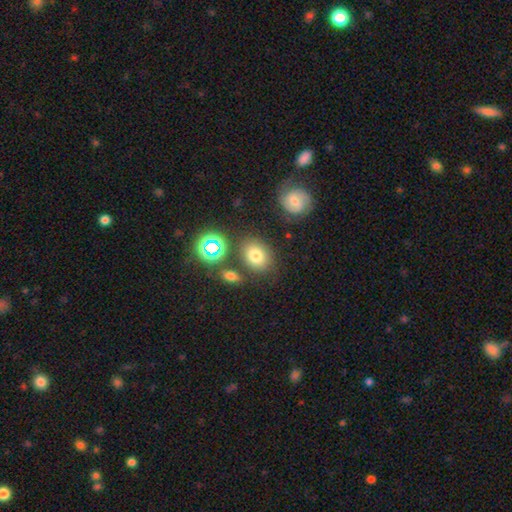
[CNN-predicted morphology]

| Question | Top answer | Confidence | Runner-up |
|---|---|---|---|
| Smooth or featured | smooth | 72% | star or artifact (16%) |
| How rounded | in between | 59% | round (40%) |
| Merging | none | 74% | minor disturbance (13%) |